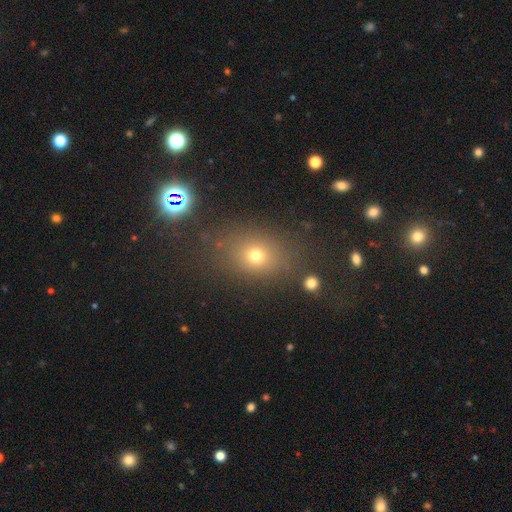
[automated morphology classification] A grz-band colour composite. It shows a smooth galaxy with no disk features (68%) that is round (50%). Merging: none (78%).